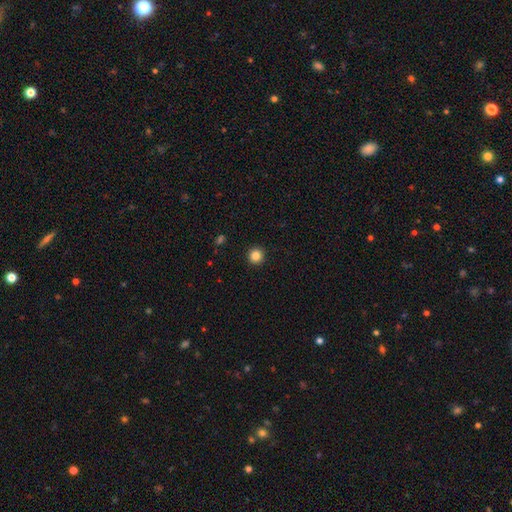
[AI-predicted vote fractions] smooth 85%, star or artifact 11%, featured or disk 4%. Down the decision tree: how rounded — round (95%); merging — none (93%).